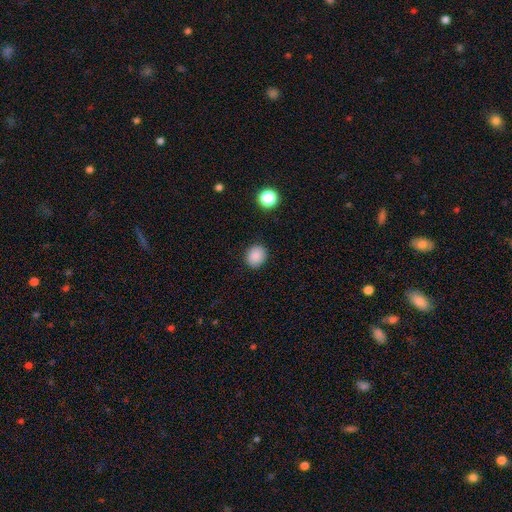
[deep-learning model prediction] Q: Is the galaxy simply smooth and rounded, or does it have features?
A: smooth — 87%.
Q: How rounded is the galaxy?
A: round — 74%.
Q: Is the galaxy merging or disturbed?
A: none — 89%.